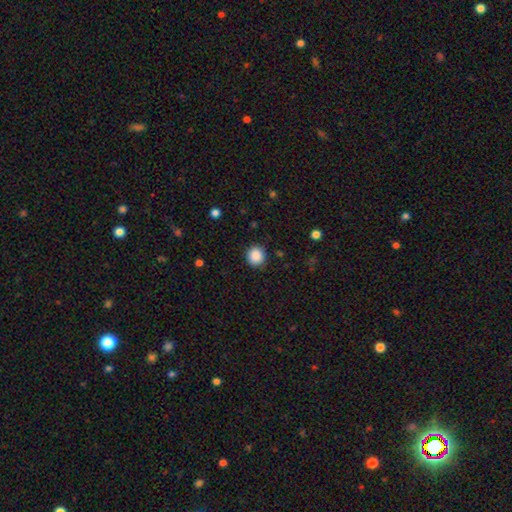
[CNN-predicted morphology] Q: Smooth or featured?
A: smooth (88%); runner-up: star or artifact (9%)
Q: How rounded?
A: round (88%); runner-up: in between (11%)
Q: Merging?
A: none (89%); runner-up: minor disturbance (7%)